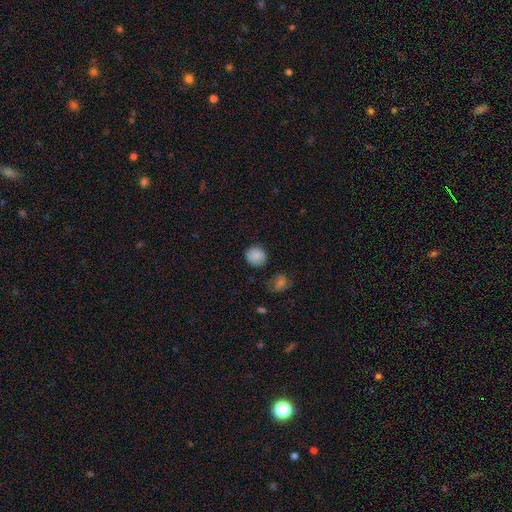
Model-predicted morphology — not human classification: This is clearly a smooth galaxy (85%). How rounded: clearly round (84%). Merging: clearly none (80%).